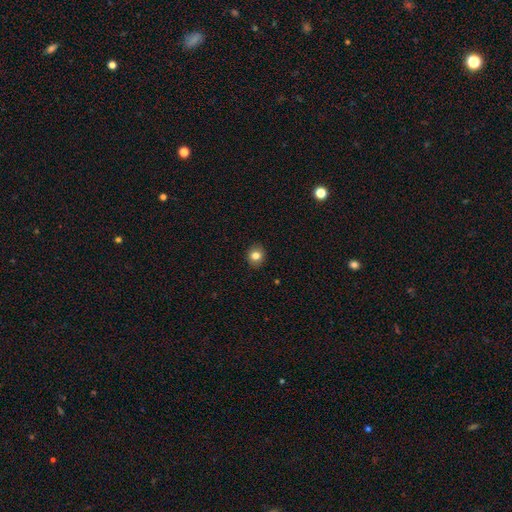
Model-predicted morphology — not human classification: Smooth or featured? Predicted: smooth (p=0.81). How rounded? Predicted: round (p=0.78). Merging? Predicted: none (p=0.91).